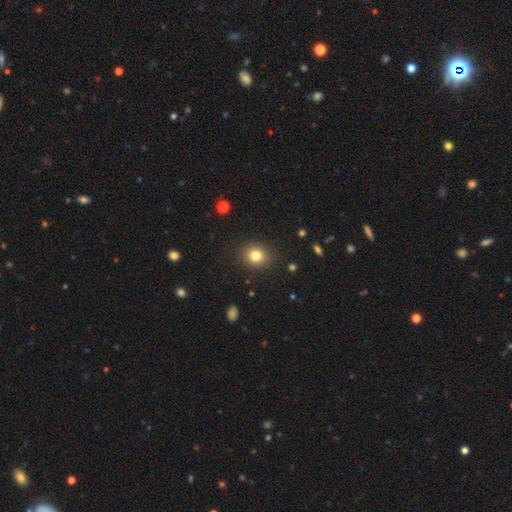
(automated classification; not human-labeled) smooth-or-featured: smooth: 81% | star or artifact: 12% | featured or disk: 7%
  how-rounded: round: 75% | in between: 24% | cigar-shaped: 1%
  merging: none: 89% | minor disturbance: 7% | major disturbance: 2% | merger: 1%